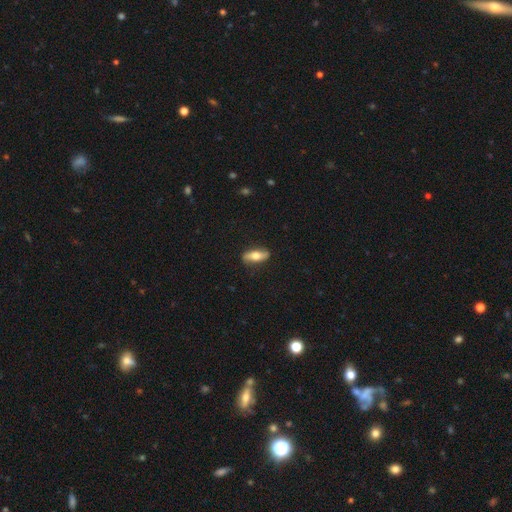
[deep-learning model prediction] A smooth galaxy with no disk features (63%) that is in between round and cigar-shaped (69%). Merging: none (85%).